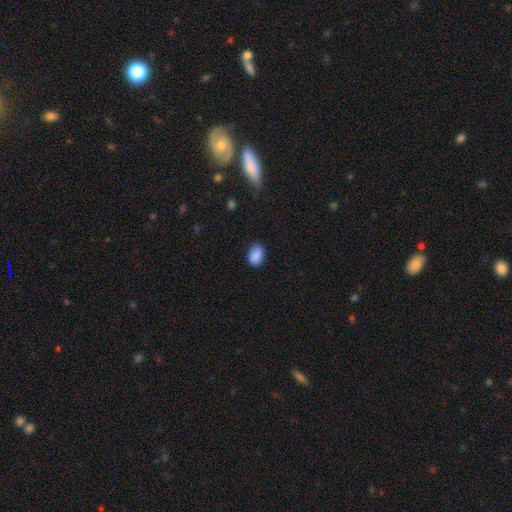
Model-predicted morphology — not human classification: A smooth galaxy with no disk features (88%) that is in between round and cigar-shaped (79%). Merging: none (74%).